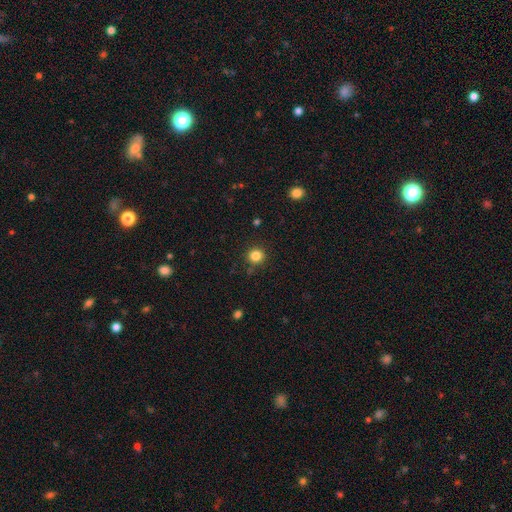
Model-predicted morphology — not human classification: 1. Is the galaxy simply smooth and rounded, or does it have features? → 84% smooth, 12% star or artifact, 4% featured or disk.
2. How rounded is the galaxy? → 92% round, 7% in between, 1% cigar-shaped.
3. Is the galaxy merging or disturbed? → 88% none, 7% minor disturbance, 3% major disturbance, 2% merger.